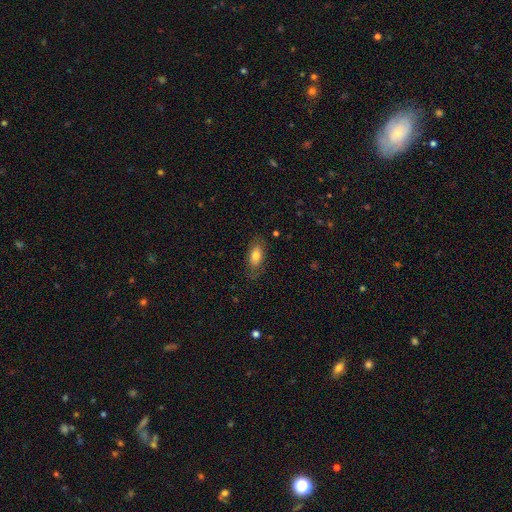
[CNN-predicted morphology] Smooth or featured?
  - smooth: 74% *
  - featured or disk: 19%
  - star or artifact: 7%
How rounded?
  - in between: 89% *
  - round: 5%
  - cigar-shaped: 5%
Merging?
  - none: 75% *
  - minor disturbance: 17%
  - major disturbance: 7%
  - merger: 1%